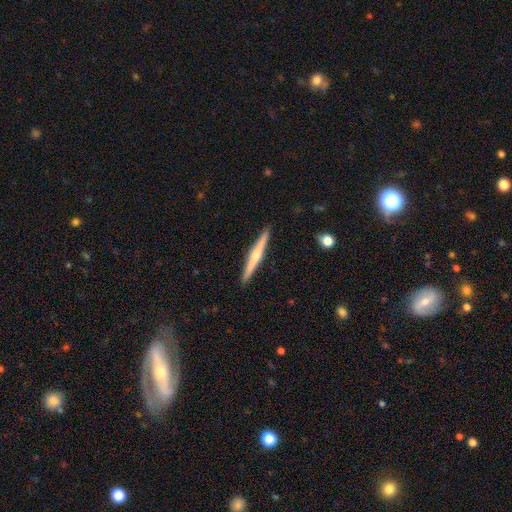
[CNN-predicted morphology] Smooth or featured? featured or disk (62%)
Edge-on disk? yes (98%)
Edge-on bulge? rounded (77%)
Merging? none (92%)